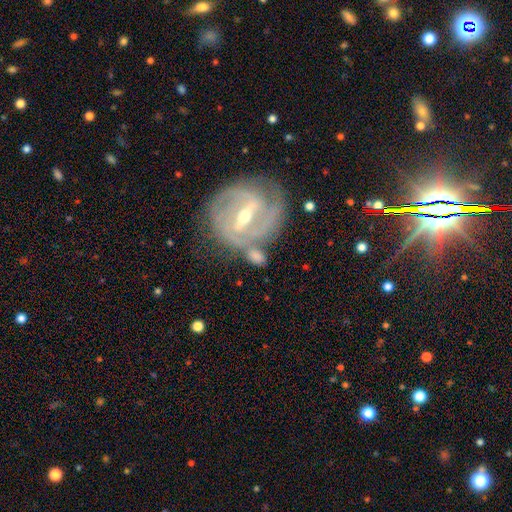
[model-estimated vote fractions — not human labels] featured or disk 58%, smooth 34%, star or artifact 8%. Down the decision tree: edge-on disk — no (89%); bar — strong (49%); spiral arms — yes (70%); bulge size — moderate (67%); merging — none (50%).